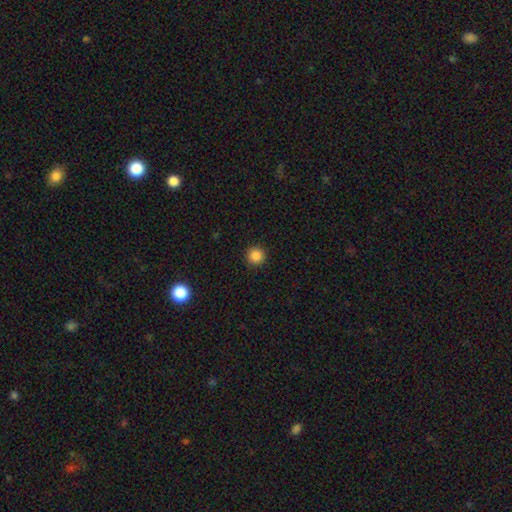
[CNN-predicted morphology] This is clearly a smooth galaxy (87%). How rounded: clearly round (96%). Merging: clearly none (93%).